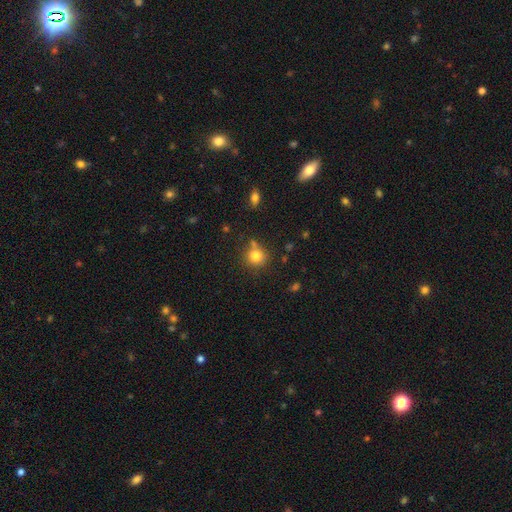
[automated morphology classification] type=smooth (80%); roundness=round (88%); merging=none (72%).